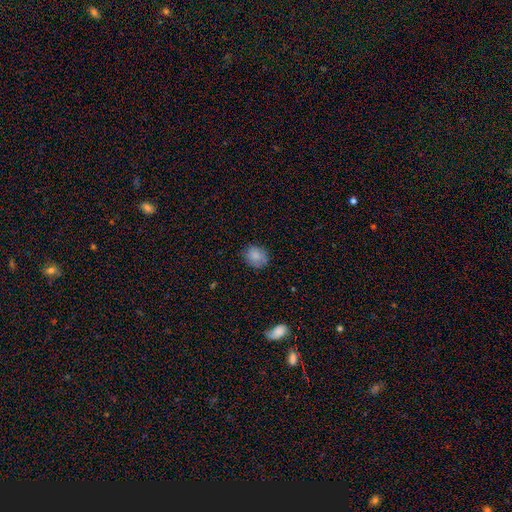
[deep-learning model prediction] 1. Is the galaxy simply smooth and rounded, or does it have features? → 85% smooth, 9% star or artifact, 7% featured or disk.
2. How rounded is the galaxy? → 65% round, 34% in between, 1% cigar-shaped.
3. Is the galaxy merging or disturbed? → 78% none, 17% minor disturbance, 4% major disturbance, 1% merger.